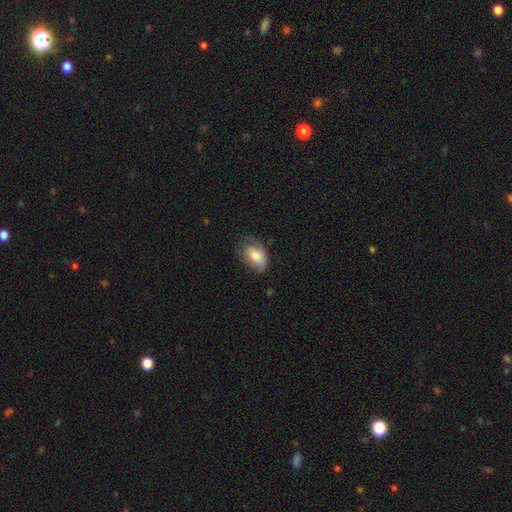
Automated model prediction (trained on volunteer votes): smooth 82%, featured or disk 11%, star or artifact 7%. Down the decision tree: how rounded — in between (89%); merging — none (58%).